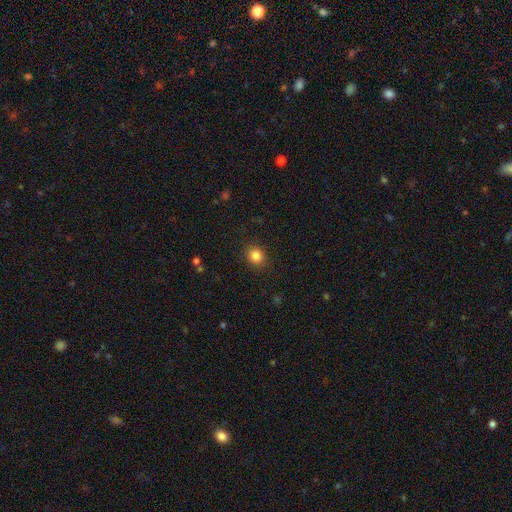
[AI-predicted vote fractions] Overall: smooth (84%). How rounded: round (75%). Merging: none (89%).